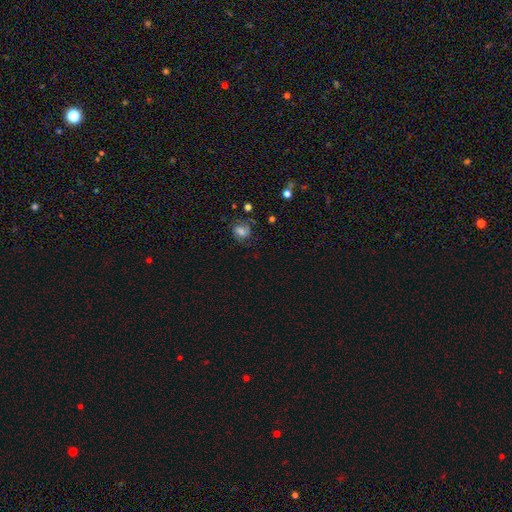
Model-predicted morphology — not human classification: Smooth or featured: smooth — 48% (featured or disk — 27%)
Merging: none — 67% (minor disturbance — 19%)